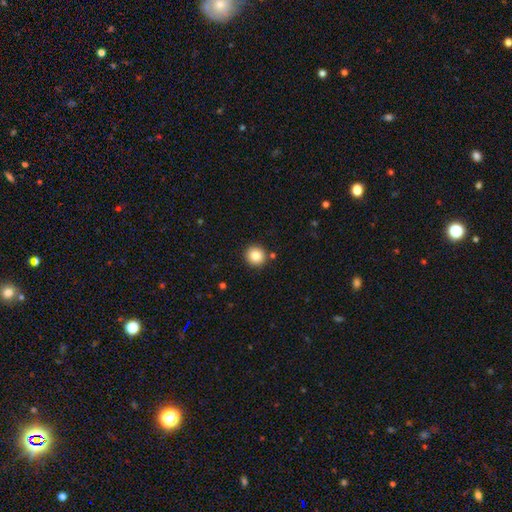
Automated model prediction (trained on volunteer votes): A smooth galaxy with no disk features (85%) that is round (93%).

Vote fractions:
- Smooth or featured? smooth: 85% / star or artifact: 10% / featured or disk: 6%
- How rounded? round: 93% / in between: 6% / cigar-shaped: 1%
- Merging? none: 89% / minor disturbance: 6% / merger: 3% / major disturbance: 2%